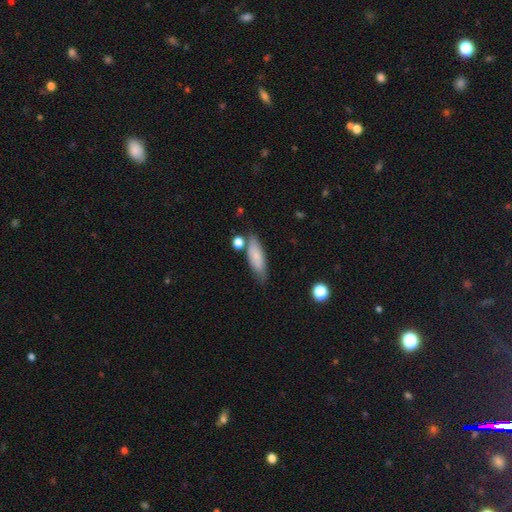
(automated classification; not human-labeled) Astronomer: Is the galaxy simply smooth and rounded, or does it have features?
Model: smooth — 77%.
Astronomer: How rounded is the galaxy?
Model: in between — 53% (runner-up: cigar-shaped, 44%).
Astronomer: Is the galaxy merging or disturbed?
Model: none — 69%.